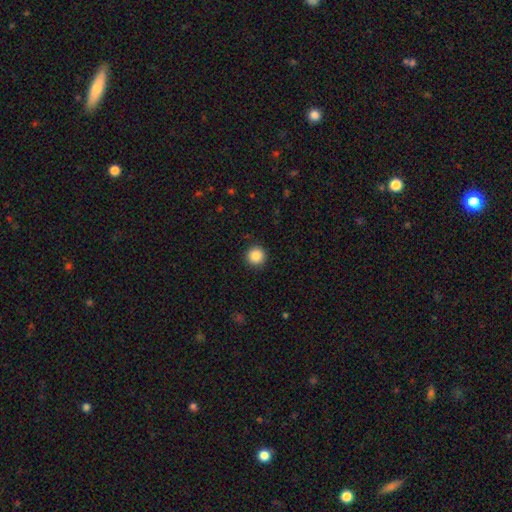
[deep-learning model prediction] Q: Smooth or featured?
A: smooth (88%); runner-up: star or artifact (9%)
Q: How rounded?
A: round (95%); runner-up: in between (4%)
Q: Merging?
A: none (92%); runner-up: minor disturbance (5%)